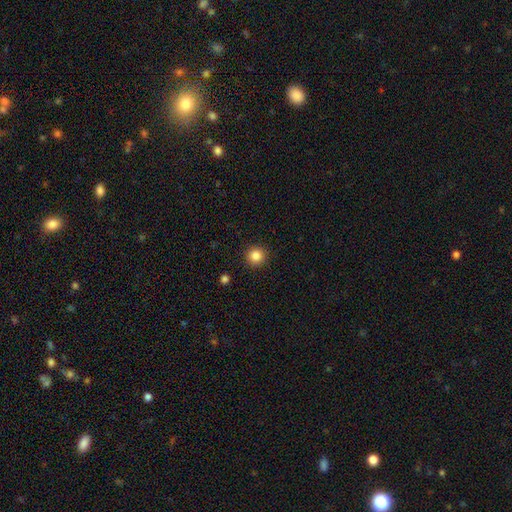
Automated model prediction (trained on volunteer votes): A smooth galaxy with no disk features (85%) that is round (95%).

Vote fractions:
- Smooth or featured? smooth: 85% / star or artifact: 11% / featured or disk: 4%
- How rounded? round: 95% / in between: 4% / cigar-shaped: 1%
- Merging? none: 92% / minor disturbance: 5% / major disturbance: 2% / merger: 1%